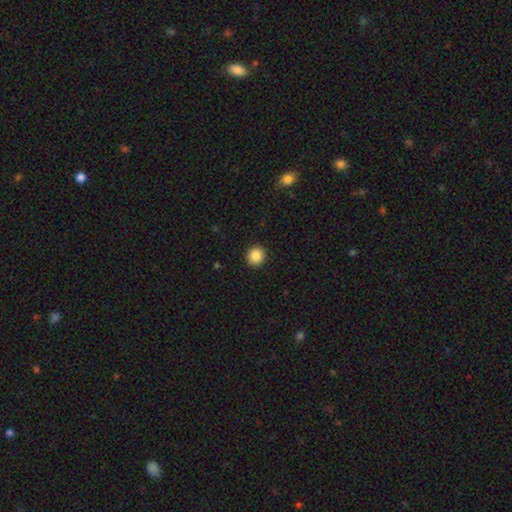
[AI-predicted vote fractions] smooth-or-featured: smooth: 86% | star or artifact: 9% | featured or disk: 4%
  how-rounded: round: 91% | in between: 9% | cigar-shaped: 1%
  merging: none: 92% | minor disturbance: 5% | major disturbance: 2% | merger: 1%